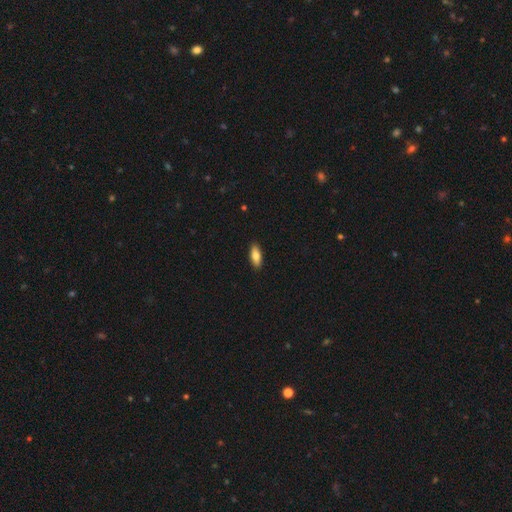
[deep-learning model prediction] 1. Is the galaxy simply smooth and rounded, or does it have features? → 81% smooth, 12% featured or disk, 6% star or artifact.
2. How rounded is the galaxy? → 74% in between, 23% cigar-shaped, 2% round.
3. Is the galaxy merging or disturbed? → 90% none, 8% minor disturbance, 2% major disturbance, 1% merger.